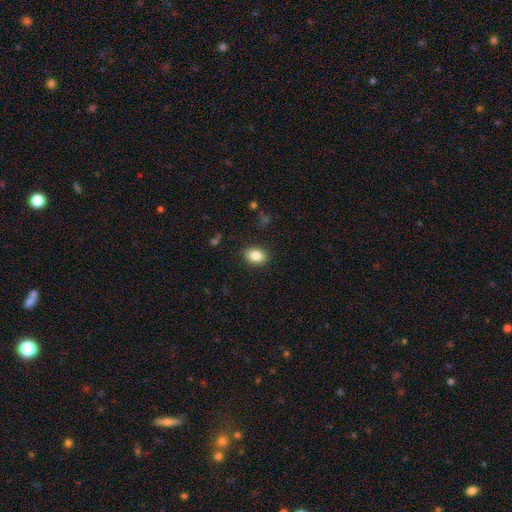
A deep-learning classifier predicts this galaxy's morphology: This is clearly a smooth galaxy (85%). How rounded: likely in between (72%). Merging: clearly none (88%).